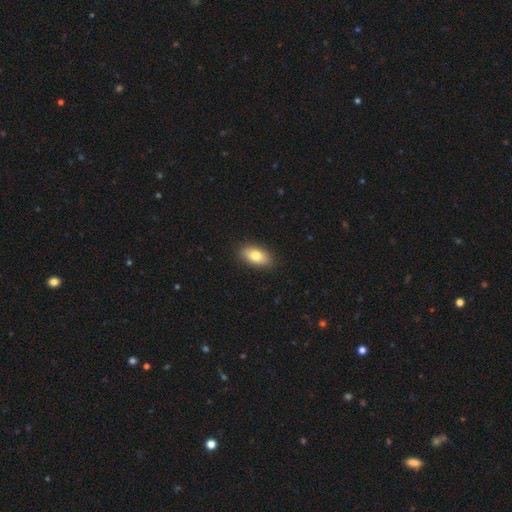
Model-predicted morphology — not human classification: A smooth galaxy with no disk features (78%) that is in between round and cigar-shaped (90%).

Vote fractions:
- Smooth or featured? smooth: 78% / featured or disk: 15% / star or artifact: 7%
- How rounded? in between: 90% / round: 6% / cigar-shaped: 5%
- Merging? none: 89% / minor disturbance: 8% / major disturbance: 2% / merger: 1%